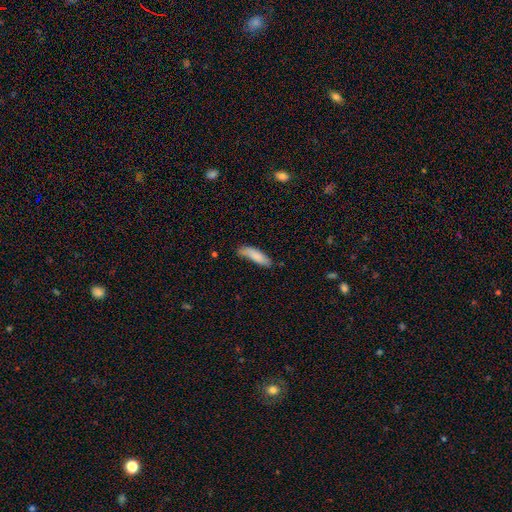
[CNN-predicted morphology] smooth-or-featured: smooth: 85% | featured or disk: 9% | star or artifact: 6%
  how-rounded: cigar-shaped: 56% | in between: 42% | round: 2%
  merging: none: 58% | minor disturbance: 31% | major disturbance: 8% | merger: 4%